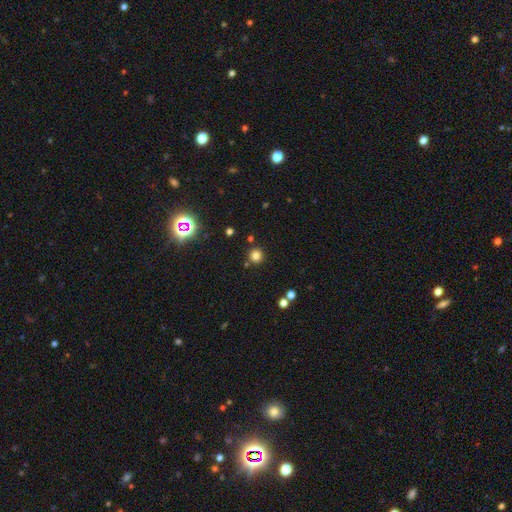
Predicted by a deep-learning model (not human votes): smooth-or-featured: smooth: 78% | star or artifact: 17% | featured or disk: 5%
  how-rounded: round: 95% | in between: 4% | cigar-shaped: 1%
  merging: none: 86% | minor disturbance: 6% | merger: 5% | major disturbance: 2%